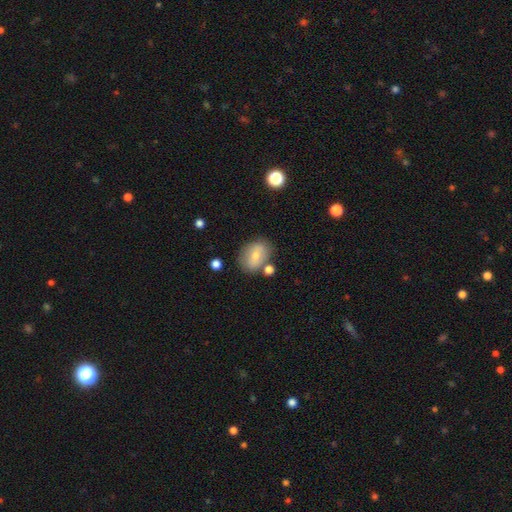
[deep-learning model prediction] Morphology: type=smooth (66%); roundness=in between (69%); merging=none (71%).